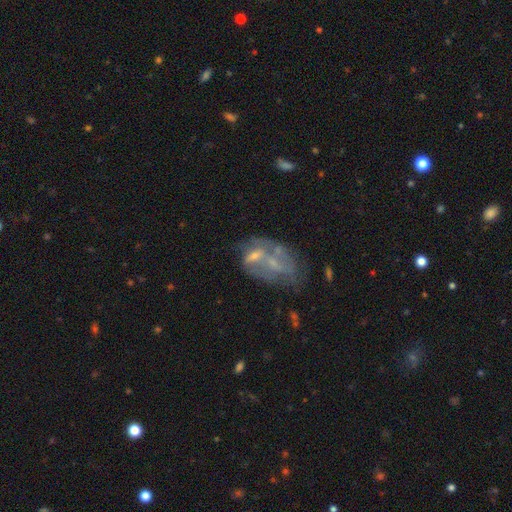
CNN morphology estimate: featured or disk 55%, smooth 23%, star or artifact 21%. Down the decision tree: edge-on disk — no (96%); bar — no (76%); spiral arms — no (57%); bulge size — small (58%); merging — none (47%).